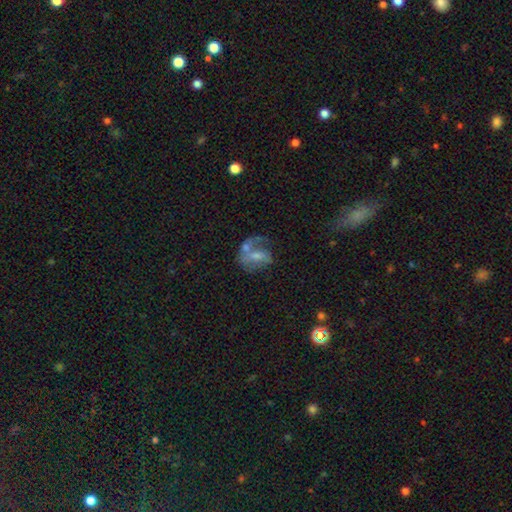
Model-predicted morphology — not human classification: Q: Smooth or featured?
A: featured or disk (56%); runner-up: smooth (33%)
Q: Edge-on disk?
A: no (96%); runner-up: yes (4%)
Q: Bar?
A: no (50%); runner-up: weak (37%)
Q: Spiral arms?
A: yes (58%); runner-up: no (42%)
Q: Bulge size?
A: small (41%); runner-up: moderate (34%)
Q: Merging?
A: none (30%); runner-up: major disturbance (29%)